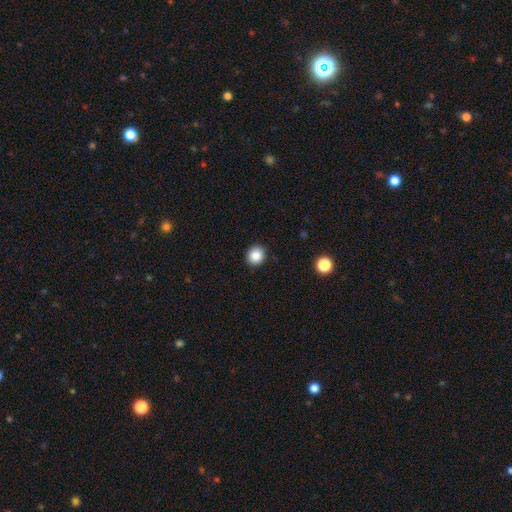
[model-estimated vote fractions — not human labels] Morphology: type=smooth (87%); roundness=round (86%); merging=none (92%).